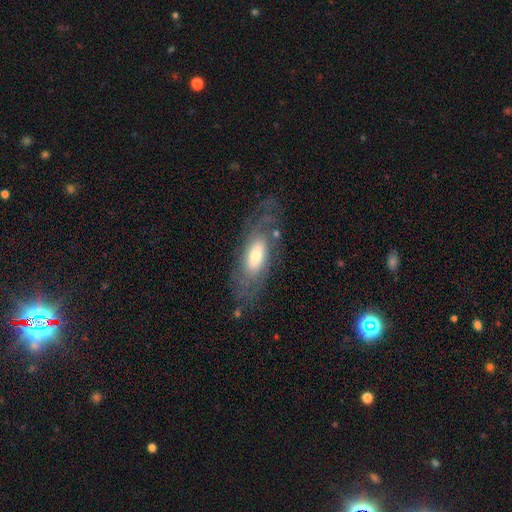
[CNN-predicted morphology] smooth_or_featured: featured or disk (p=0.55) [alt: smooth p=0.38]
disk_edge_on: no (p=0.78) [alt: yes p=0.22]
merging: none (p=0.68) [alt: minor disturbance p=0.19]